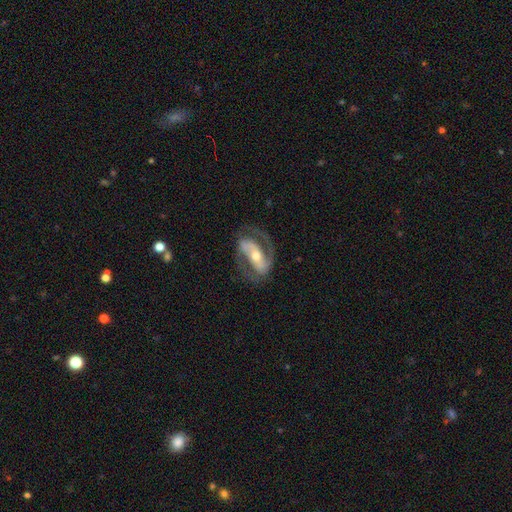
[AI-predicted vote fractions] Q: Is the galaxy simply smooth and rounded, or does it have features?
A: featured or disk — 85%.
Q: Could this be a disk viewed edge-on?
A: no — 95%.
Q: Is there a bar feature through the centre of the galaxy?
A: strong — 50%.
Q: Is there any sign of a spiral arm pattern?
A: yes — 92%.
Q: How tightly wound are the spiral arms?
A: medium — 51%.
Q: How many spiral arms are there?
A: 2 — 86%.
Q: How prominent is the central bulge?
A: moderate — 57%.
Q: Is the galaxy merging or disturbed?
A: none — 69%.